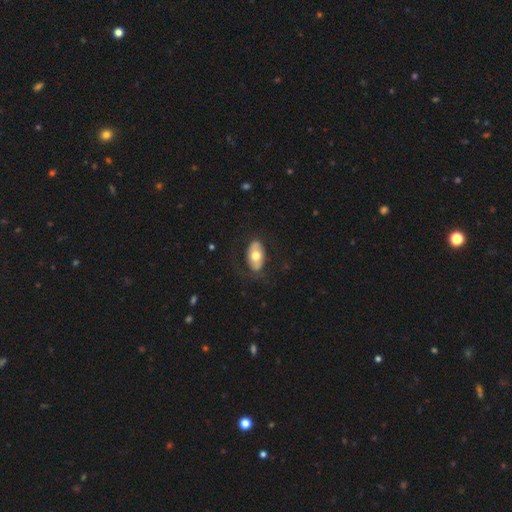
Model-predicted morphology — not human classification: Smooth or featured: smooth — 55% (featured or disk — 40%)
How rounded: in between — 92% (round — 6%)
Merging: none — 71% (minor disturbance — 17%)